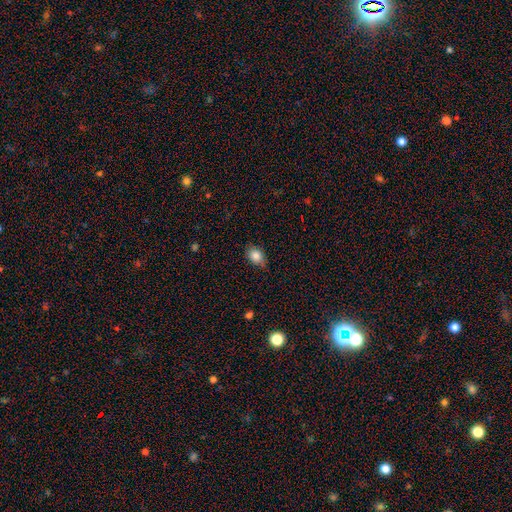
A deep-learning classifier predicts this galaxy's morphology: smooth 83%, star or artifact 9%, featured or disk 7%. Down the decision tree: how rounded — in between (61%); merging — none (69%).